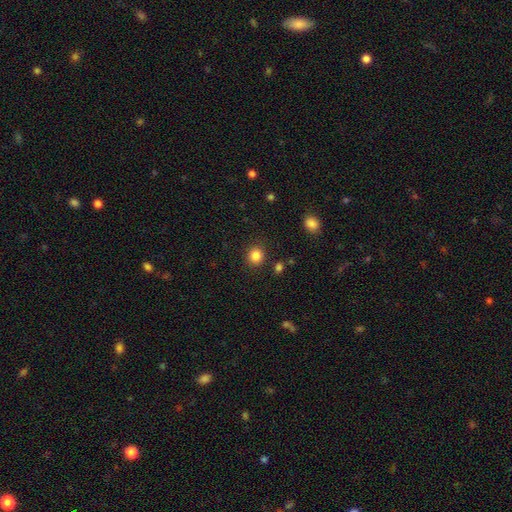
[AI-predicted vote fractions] Smooth or featured: smooth — 85% (star or artifact — 11%)
How rounded: round — 85% (in between — 14%)
Merging: none — 88% (minor disturbance — 7%)